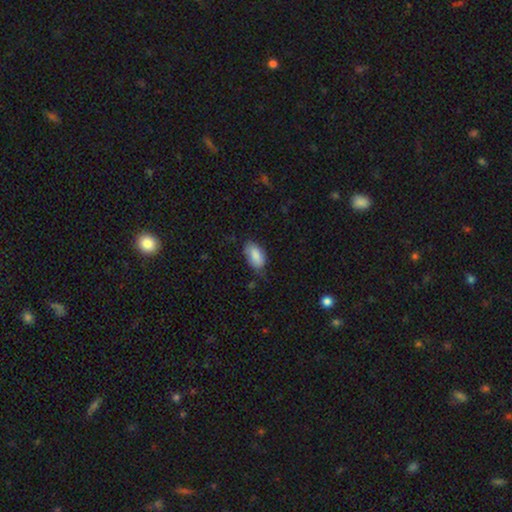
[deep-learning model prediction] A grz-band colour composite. It shows a smooth galaxy with no disk features (86%) that is in between round and cigar-shaped (93%). Merging: none (64%).